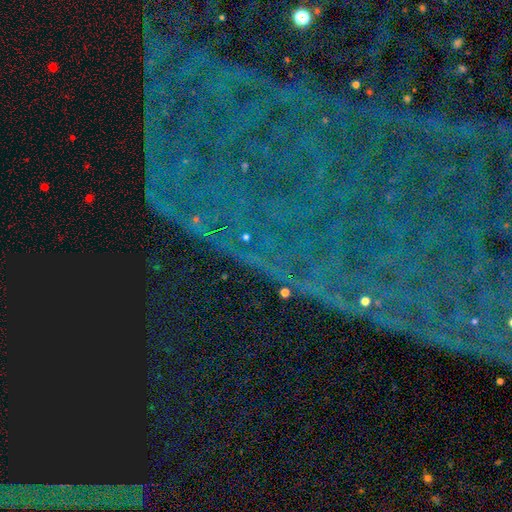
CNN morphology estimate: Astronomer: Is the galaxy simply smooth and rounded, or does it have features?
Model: star or artifact — 86%.